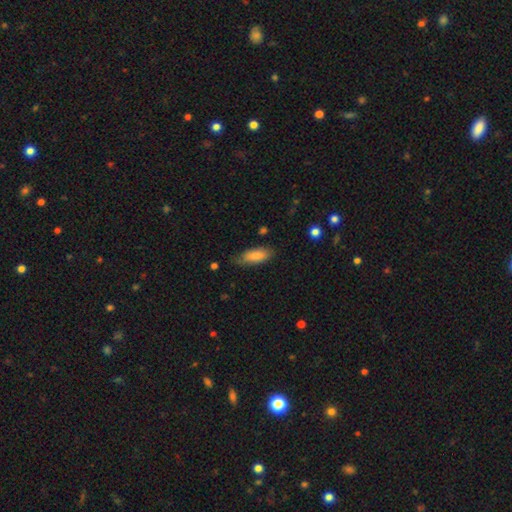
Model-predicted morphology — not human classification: smooth 81%, featured or disk 13%, star or artifact 6%. Down the decision tree: how rounded — in between (77%); merging — none (66%).